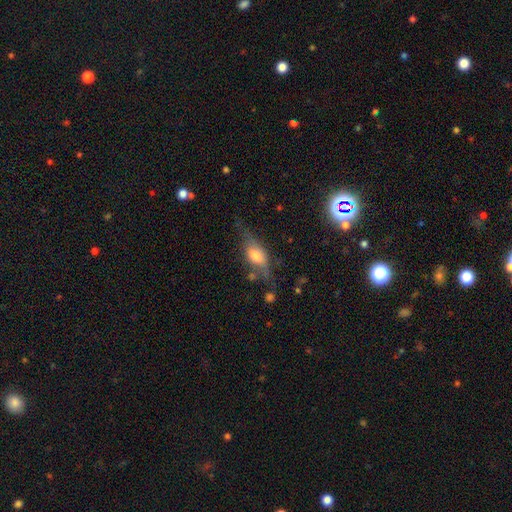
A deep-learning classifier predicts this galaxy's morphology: Smooth or featured?
  - smooth: 49% *
  - featured or disk: 42%
  - star or artifact: 9%
Merging?
  - none: 51% *
  - minor disturbance: 28%
  - major disturbance: 17%
  - merger: 4%